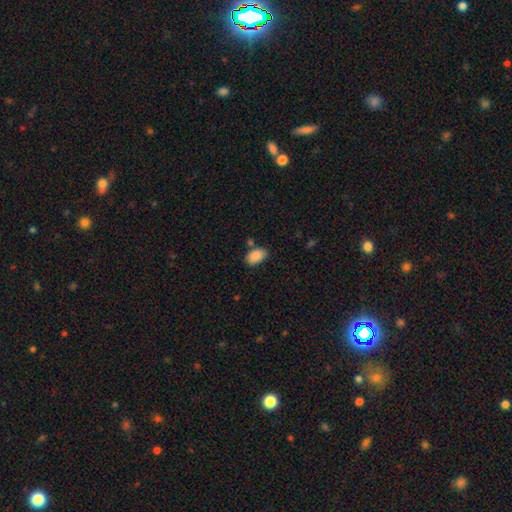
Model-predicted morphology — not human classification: Smooth or featured? Predicted: smooth (p=0.89). How rounded? Predicted: in between (p=0.93). Merging? Predicted: none (p=0.74).